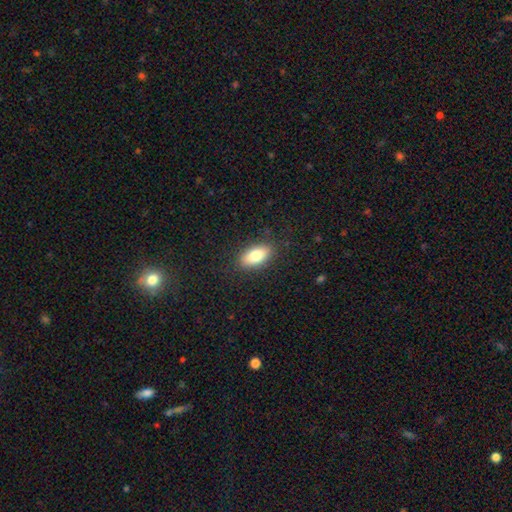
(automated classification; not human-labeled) smooth-or-featured: smooth: 80% | featured or disk: 13% | star or artifact: 7%
  how-rounded: in between: 89% | cigar-shaped: 7% | round: 4%
  merging: none: 86% | minor disturbance: 10% | major disturbance: 3% | merger: 1%